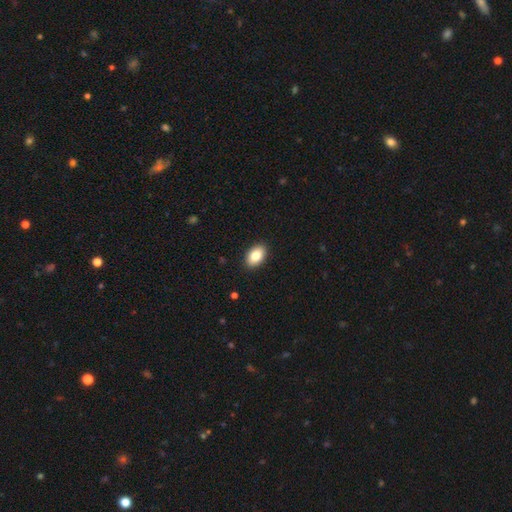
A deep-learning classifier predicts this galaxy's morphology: smooth_or_featured: smooth (p=0.85) [alt: featured or disk p=0.08]
how_rounded: in between (p=0.91) [alt: round p=0.08]
merging: none (p=0.90) [alt: minor disturbance p=0.07]